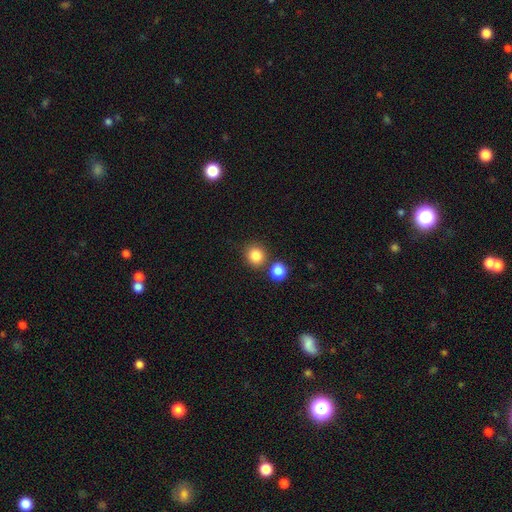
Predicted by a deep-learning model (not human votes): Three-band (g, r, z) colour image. It shows a smooth galaxy with no disk features (84%) that is round (88%). Merging: none (75%).